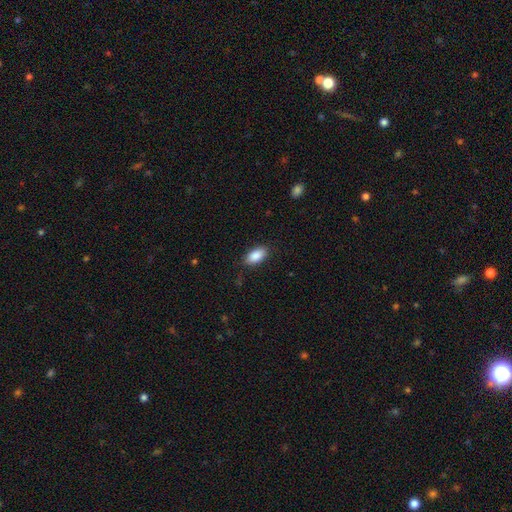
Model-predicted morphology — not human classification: smooth 88%, star or artifact 7%, featured or disk 5%. Down the decision tree: how rounded — in between (92%); merging — none (84%).